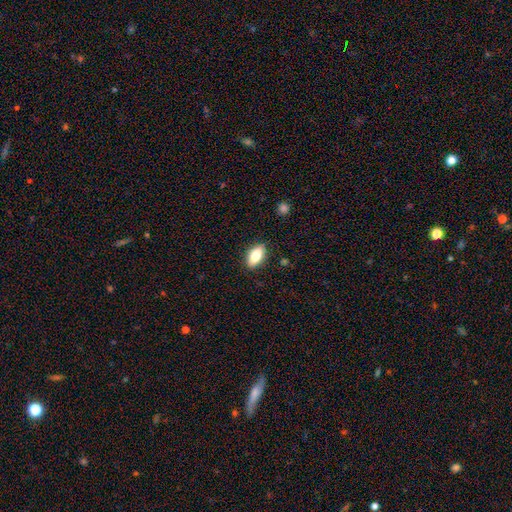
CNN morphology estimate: A smooth galaxy with no disk features (81%) that is in between round and cigar-shaped (88%). Merging: none (87%).